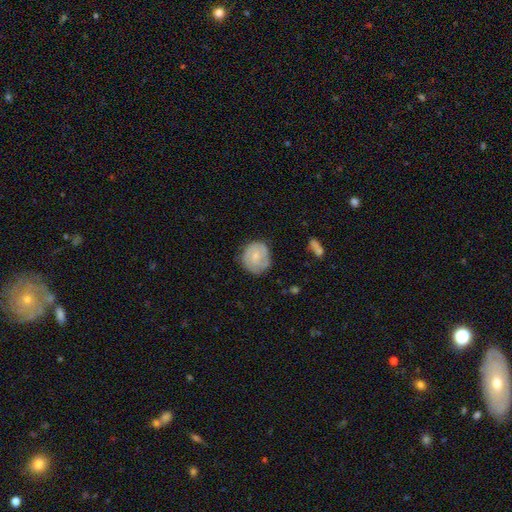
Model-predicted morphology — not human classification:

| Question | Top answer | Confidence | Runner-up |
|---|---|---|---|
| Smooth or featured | featured or disk | 64% | smooth (30%) |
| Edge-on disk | no | 98% | yes (2%) |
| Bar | no | 70% | weak (26%) |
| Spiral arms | yes | 89% | no (11%) |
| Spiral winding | tight | 62% | medium (30%) |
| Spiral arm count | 2 | 37% | can't tell (26%) |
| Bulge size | small | 63% | moderate (29%) |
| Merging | none | 73% | minor disturbance (20%) |